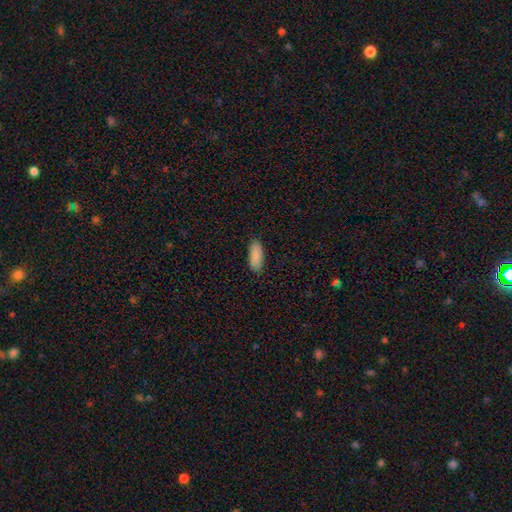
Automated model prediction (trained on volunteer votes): A smooth galaxy with no disk features (89%) that is in between round and cigar-shaped (80%). Merging: none (87%).